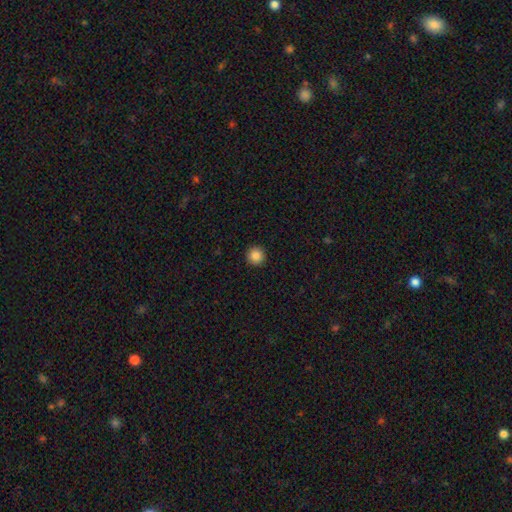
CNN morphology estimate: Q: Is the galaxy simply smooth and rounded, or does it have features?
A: smooth — 86%.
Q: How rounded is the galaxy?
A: round — 95%.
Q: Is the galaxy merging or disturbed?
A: none — 93%.